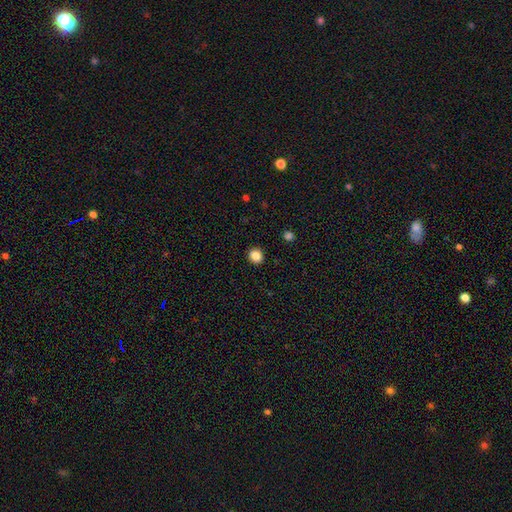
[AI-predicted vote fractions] This appears to be a smooth galaxy with no disk features (86%) that is round (83%). Merging: none (92%).